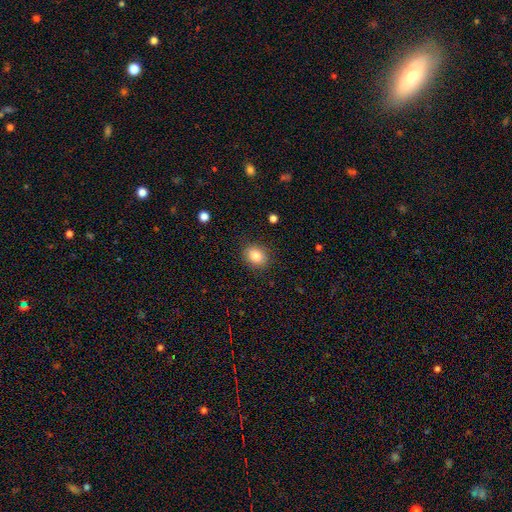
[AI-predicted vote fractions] smooth 85%, star or artifact 9%, featured or disk 6%. Down the decision tree: how rounded — round (54%); merging — none (86%).